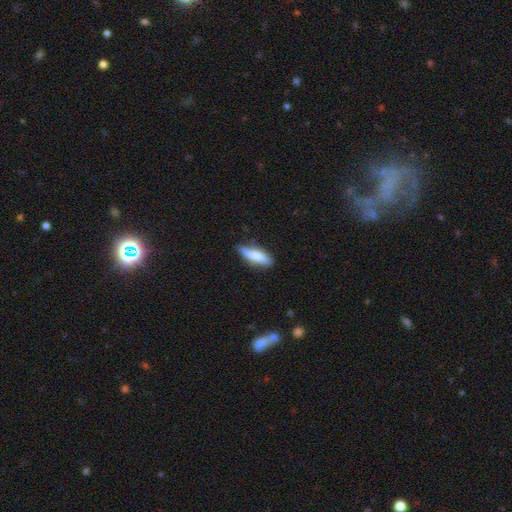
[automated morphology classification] A smooth galaxy with no disk features (74%) that is cigar-shaped (49%, tied with in between). Merging: none (57%).